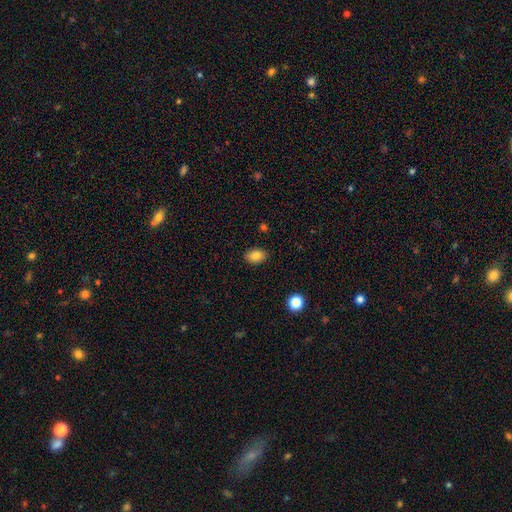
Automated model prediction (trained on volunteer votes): This appears to be a smooth galaxy with no disk features (84%) that is in between round and cigar-shaped (83%). Merging: none (88%).